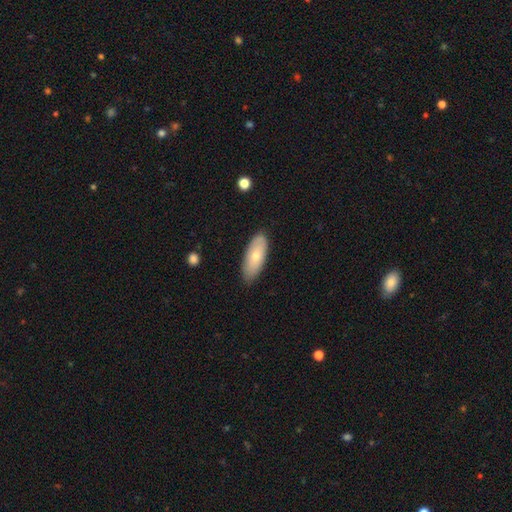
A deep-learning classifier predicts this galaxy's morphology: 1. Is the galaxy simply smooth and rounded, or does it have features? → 68% smooth, 26% featured or disk, 6% star or artifact.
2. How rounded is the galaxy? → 81% in between, 17% cigar-shaped, 2% round.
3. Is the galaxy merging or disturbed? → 81% none, 15% minor disturbance, 2% major disturbance, 1% merger.